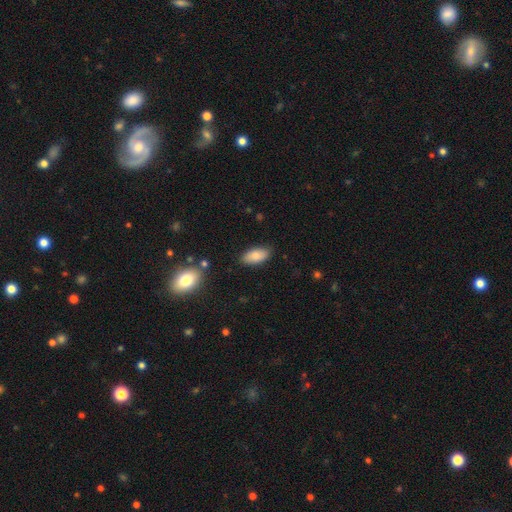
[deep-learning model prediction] This is clearly a smooth galaxy (82%). How rounded: clearly in between (90%). Merging: clearly none (85%).